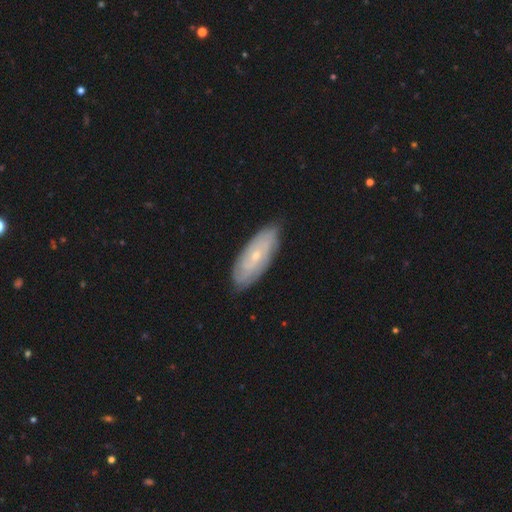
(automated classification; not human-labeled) Q: Smooth or featured?
A: featured or disk (68%); runner-up: smooth (25%)
Q: Edge-on disk?
A: no (87%); runner-up: yes (13%)
Q: Bar?
A: no (68%); runner-up: weak (26%)
Q: Spiral arms?
A: yes (84%); runner-up: no (16%)
Q: Bulge size?
A: small (73%); runner-up: moderate (24%)
Q: Merging?
A: none (84%); runner-up: minor disturbance (13%)